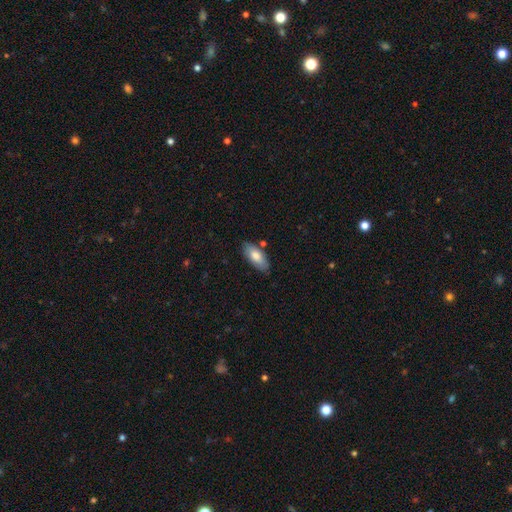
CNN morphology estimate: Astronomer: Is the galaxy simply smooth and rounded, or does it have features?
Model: smooth — 78%.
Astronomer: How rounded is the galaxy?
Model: in between — 87%.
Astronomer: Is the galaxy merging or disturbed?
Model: none — 81%.